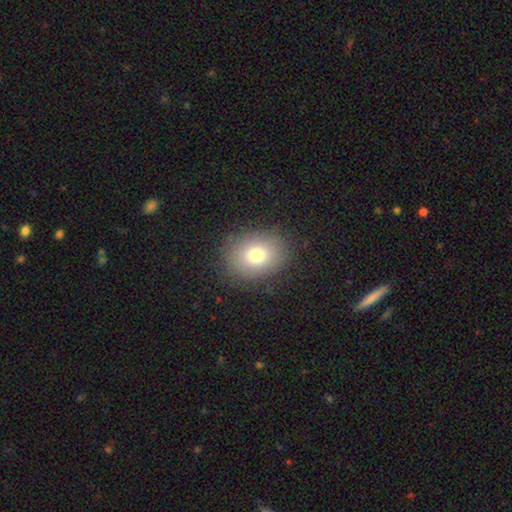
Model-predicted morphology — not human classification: Smooth or featured?
  - smooth: 75% *
  - star or artifact: 14%
  - featured or disk: 11%
How rounded?
  - round: 54% *
  - in between: 45%
  - cigar-shaped: 1%
Merging?
  - none: 90% *
  - minor disturbance: 7%
  - major disturbance: 2%
  - merger: 1%